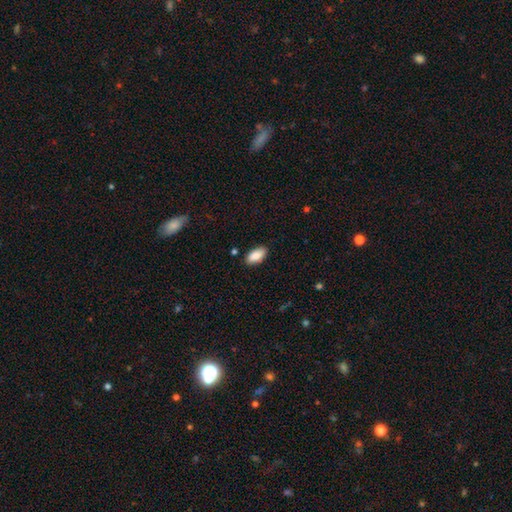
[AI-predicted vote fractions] smooth_or_featured: smooth (p=0.87) [alt: star or artifact p=0.07]
how_rounded: in between (p=0.93) [alt: cigar-shaped p=0.05]
merging: none (p=0.86) [alt: minor disturbance p=0.10]